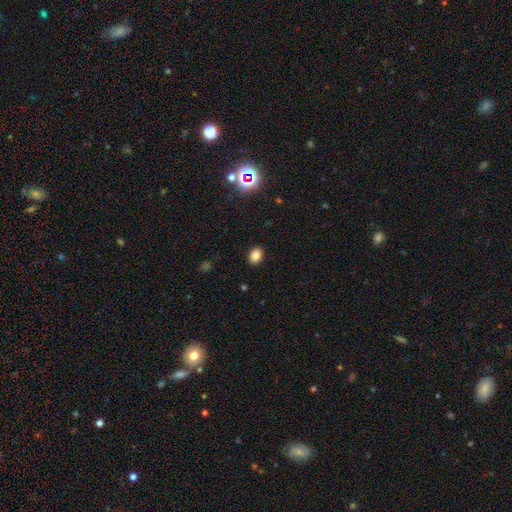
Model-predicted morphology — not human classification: smooth-or-featured: smooth: 81% | star or artifact: 13% | featured or disk: 6%
  how-rounded: in between: 63% | round: 36% | cigar-shaped: 1%
  merging: none: 89% | minor disturbance: 7% | major disturbance: 2% | merger: 1%